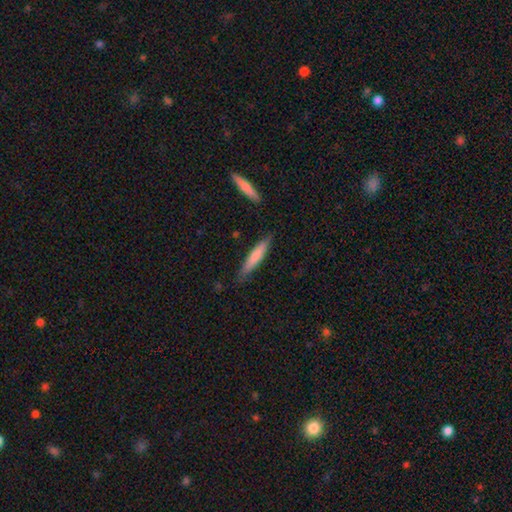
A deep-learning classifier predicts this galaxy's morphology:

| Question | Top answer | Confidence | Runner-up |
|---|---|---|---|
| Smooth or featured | smooth | 71% | featured or disk (24%) |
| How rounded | cigar-shaped | 89% | in between (10%) |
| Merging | none | 82% | minor disturbance (13%) |